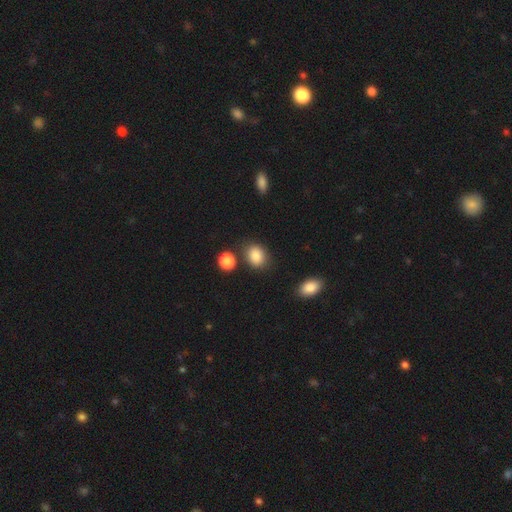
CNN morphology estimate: Overall: smooth (86%). How rounded: in between (57%; round 42%). Merging: none (76%).